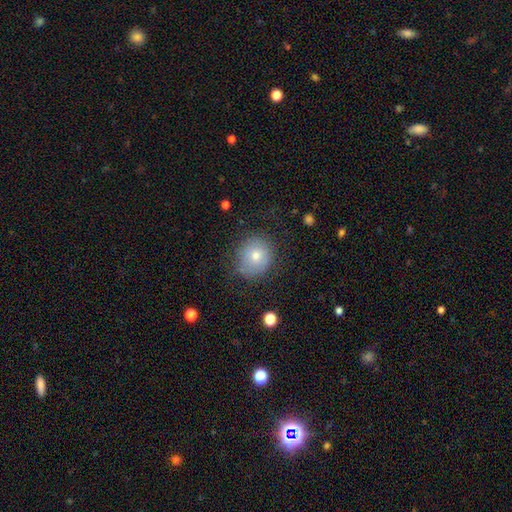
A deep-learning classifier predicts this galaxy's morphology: Q: Smooth or featured?
A: smooth (72%); runner-up: featured or disk (16%)
Q: How rounded?
A: round (81%); runner-up: in between (18%)
Q: Merging?
A: none (76%); runner-up: minor disturbance (17%)